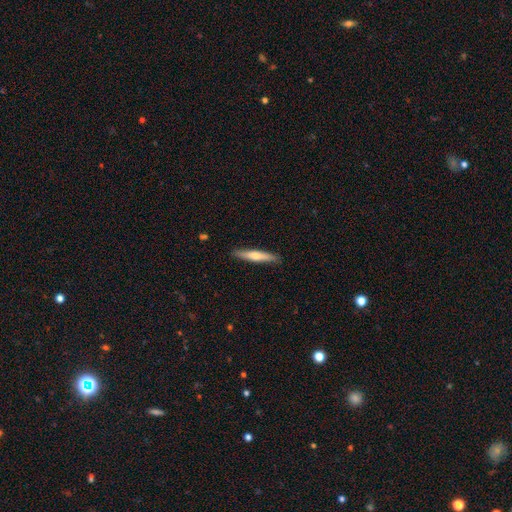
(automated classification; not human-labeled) Overall: smooth (56%; featured or disk 39%). How rounded: cigar-shaped (92%). Merging: none (89%).